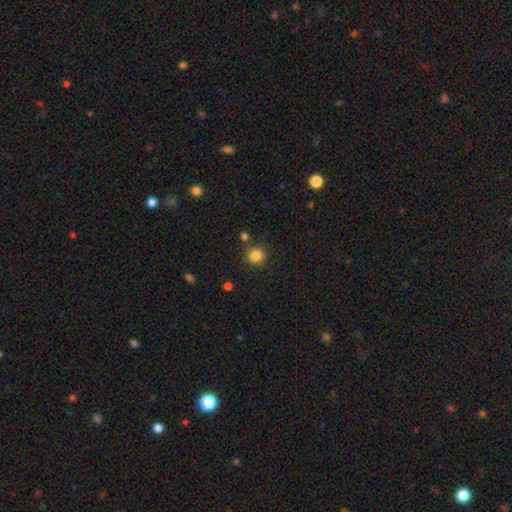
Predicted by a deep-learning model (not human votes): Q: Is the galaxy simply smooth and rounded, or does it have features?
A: smooth — 84%.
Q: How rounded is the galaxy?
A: round — 87%.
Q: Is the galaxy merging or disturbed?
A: none — 85%.